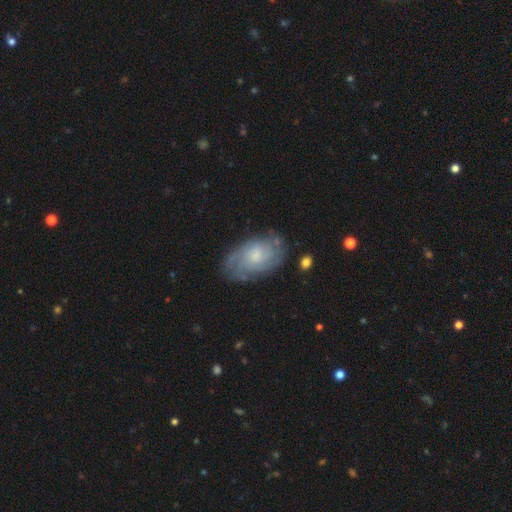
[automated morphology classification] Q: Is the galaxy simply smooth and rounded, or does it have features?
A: featured or disk — 72%.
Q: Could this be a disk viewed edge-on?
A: no — 96%.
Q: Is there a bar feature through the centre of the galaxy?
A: no — 73%.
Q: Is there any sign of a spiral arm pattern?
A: yes — 91%.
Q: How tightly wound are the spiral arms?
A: tight — 60%.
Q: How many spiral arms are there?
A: can't tell — 47%.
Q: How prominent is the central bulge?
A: small — 44%.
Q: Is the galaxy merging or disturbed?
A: none — 73%.